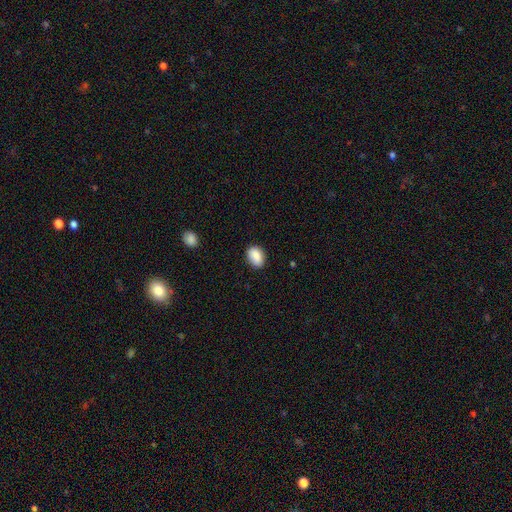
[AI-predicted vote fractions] smooth 87%, star or artifact 7%, featured or disk 5%. Down the decision tree: how rounded — in between (78%); merging — none (82%).